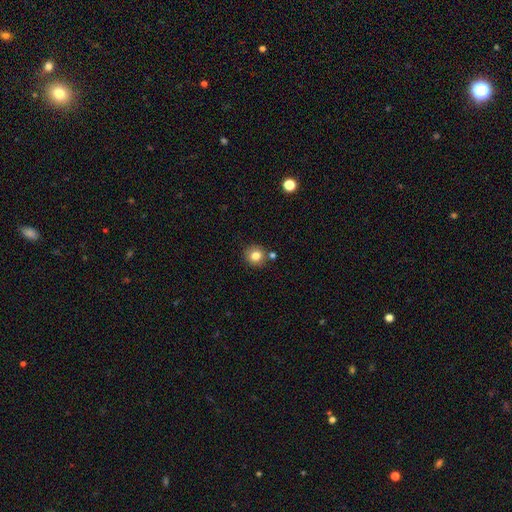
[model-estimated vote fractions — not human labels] A smooth galaxy with no disk features (81%) that is round (89%). Merging: none (81%).